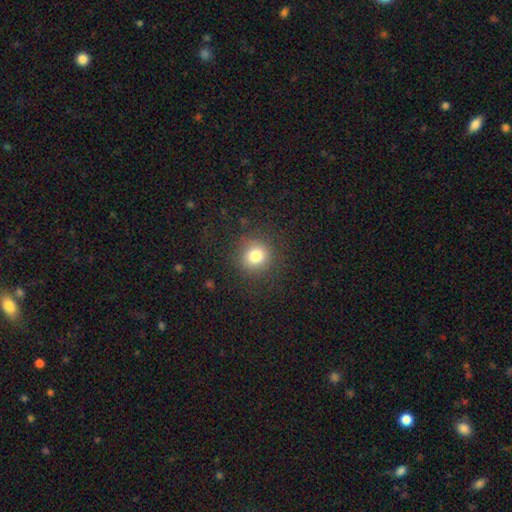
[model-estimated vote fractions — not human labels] smooth_or_featured: smooth (p=0.79) [alt: star or artifact p=0.13]
how_rounded: round (p=0.90) [alt: in between p=0.09]
merging: none (p=0.87) [alt: minor disturbance p=0.08]